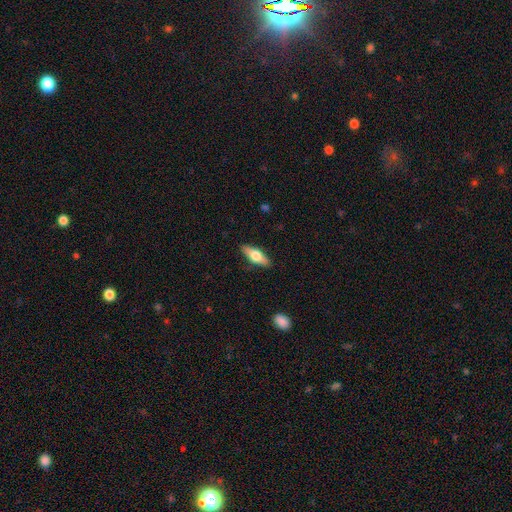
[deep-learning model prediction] A smooth galaxy with no disk features (55%) that is in between round and cigar-shaped (61%). Merging: none (87%).